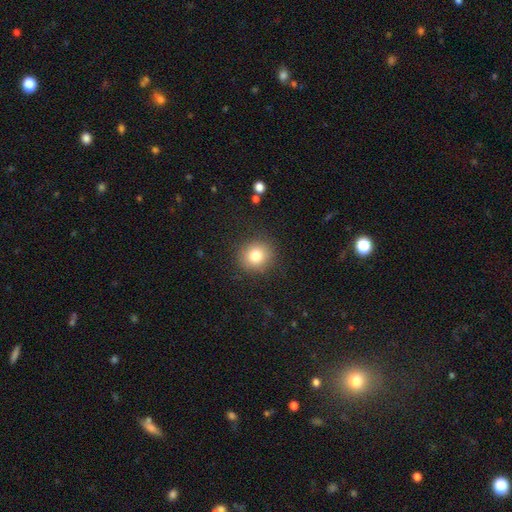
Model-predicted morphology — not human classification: Overall: smooth (81%). How rounded: round (87%). Merging: none (88%).